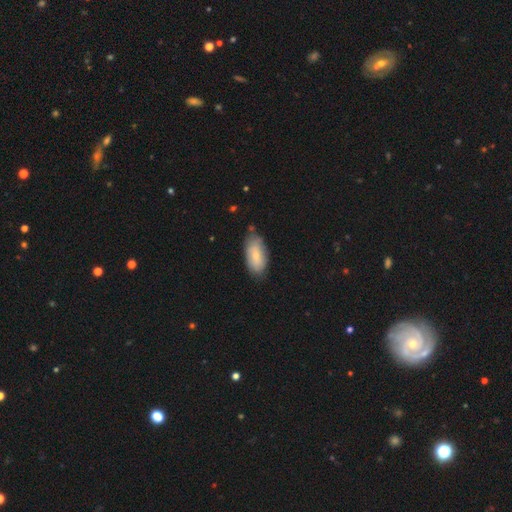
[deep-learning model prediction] This is likely a smooth galaxy (72%). How rounded: clearly in between (93%). Merging: likely none (72%).